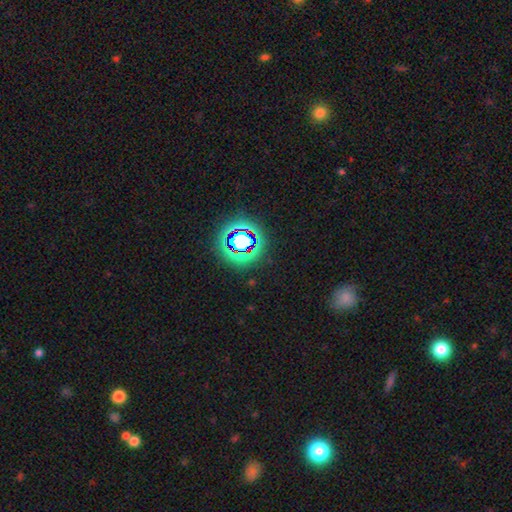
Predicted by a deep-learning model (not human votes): star or artifact 75%, smooth 16%, featured or disk 9%.